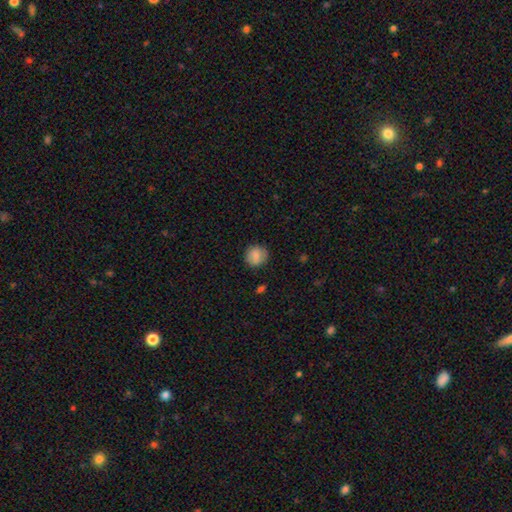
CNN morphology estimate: Smooth or featured?
  - smooth: 83% *
  - featured or disk: 9%
  - star or artifact: 8%
How rounded?
  - round: 90% *
  - in between: 9%
  - cigar-shaped: 1%
Merging?
  - none: 84% *
  - minor disturbance: 12%
  - major disturbance: 3%
  - merger: 1%